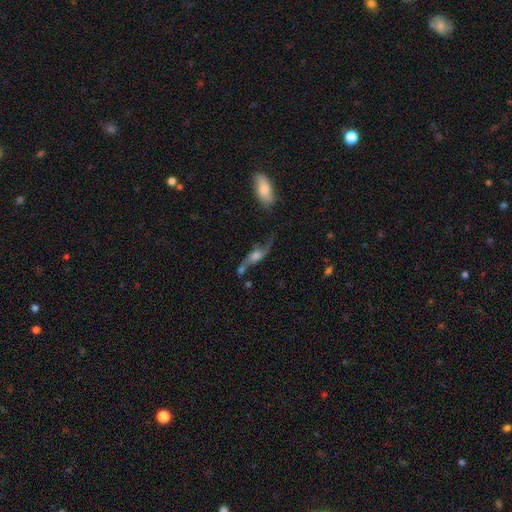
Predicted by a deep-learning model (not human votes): Smooth or featured: featured or disk — 71% (smooth — 20%)
Edge-on disk: no — 75% (yes — 25%)
Bar: no — 63% (weak — 29%)
Spiral arms: yes — 88% (no — 12%)
Bulge size: moderate — 36% (large — 24%)
Merging: none — 50% (minor disturbance — 20%)